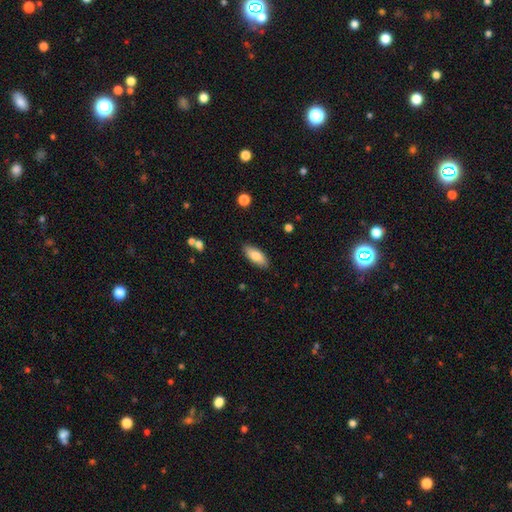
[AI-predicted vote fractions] A smooth galaxy with no disk features (80%) that is in between round and cigar-shaped (81%). Merging: none (87%).